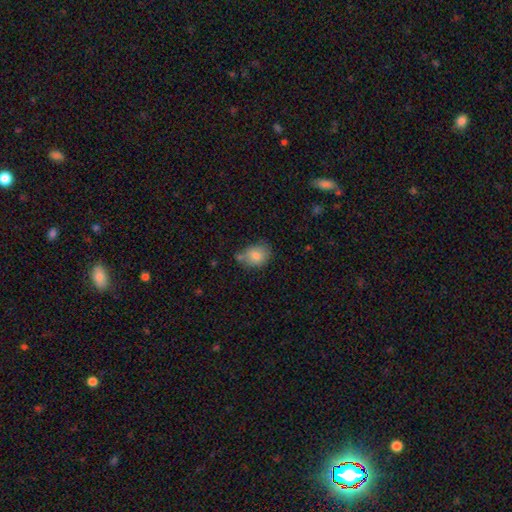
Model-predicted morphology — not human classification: Smooth or featured?
  - smooth: 82% *
  - featured or disk: 9%
  - star or artifact: 9%
How rounded?
  - in between: 51% *
  - round: 48%
  - cigar-shaped: 1%
Merging?
  - none: 59% *
  - minor disturbance: 23%
  - merger: 12%
  - major disturbance: 6%